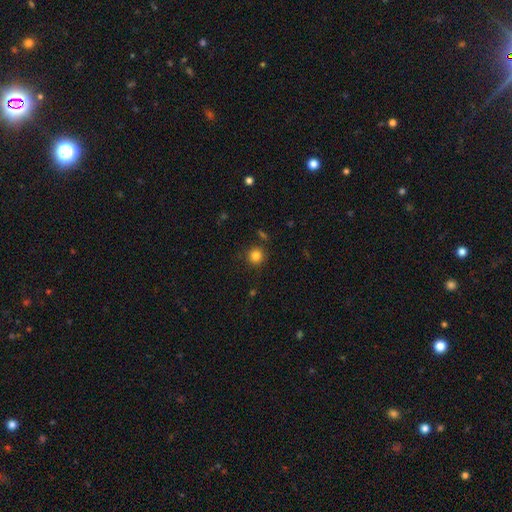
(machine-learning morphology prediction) smooth_or_featured: smooth (p=0.83) [alt: star or artifact p=0.12]
how_rounded: round (p=0.94) [alt: in between p=0.05]
merging: none (p=0.87) [alt: minor disturbance p=0.08]